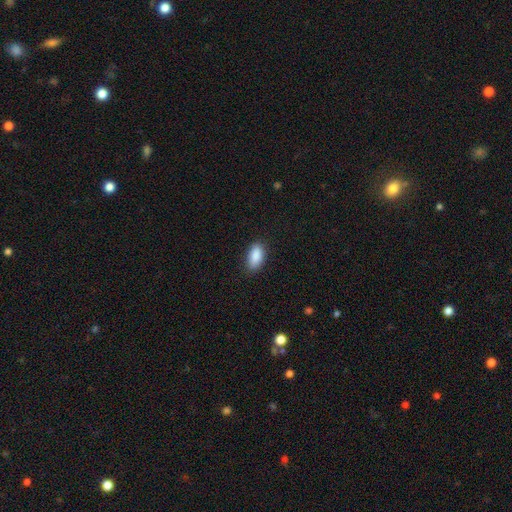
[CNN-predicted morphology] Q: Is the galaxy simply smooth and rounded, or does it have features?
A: smooth — 89%.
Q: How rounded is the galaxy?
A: in between — 91%.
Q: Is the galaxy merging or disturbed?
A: none — 82%.